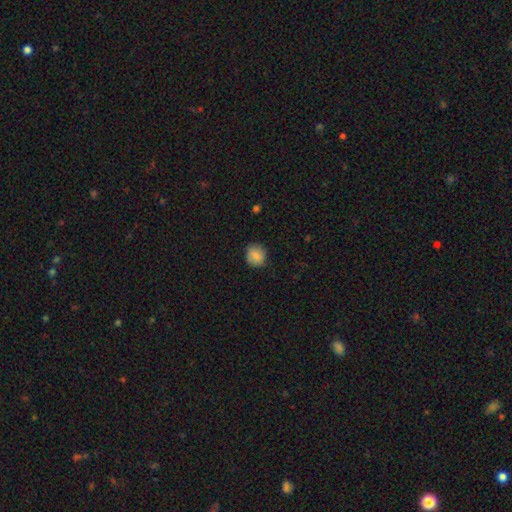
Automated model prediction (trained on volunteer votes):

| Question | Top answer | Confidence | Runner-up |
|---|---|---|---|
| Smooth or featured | smooth | 83% | featured or disk (9%) |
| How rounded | round | 82% | in between (17%) |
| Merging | none | 82% | minor disturbance (14%) |